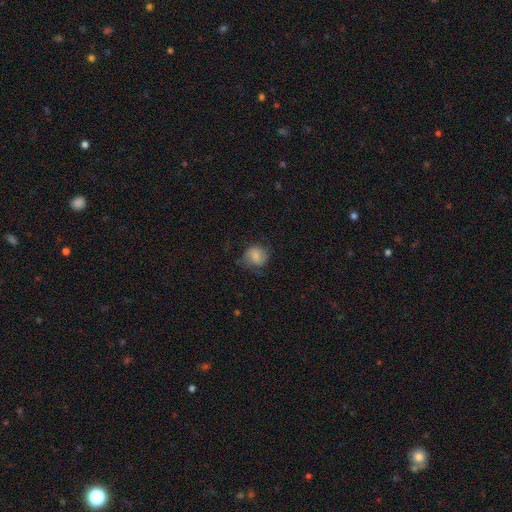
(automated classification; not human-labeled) Smooth or featured? smooth (67%)
How rounded? round (72%)
Merging? none (62%)